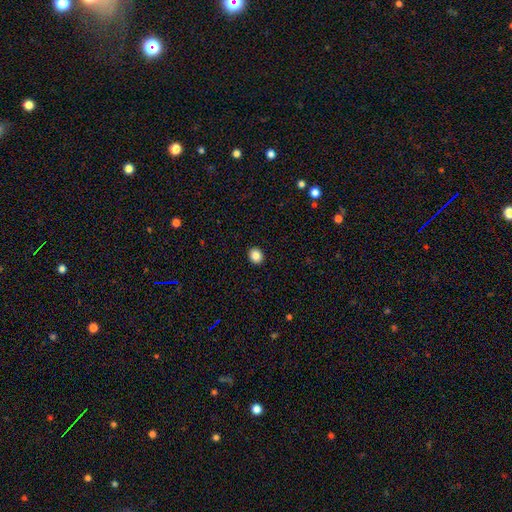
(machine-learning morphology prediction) Smooth or featured? Predicted: smooth (p=0.86). How rounded? Predicted: round (p=0.71). Merging? Predicted: none (p=0.92).